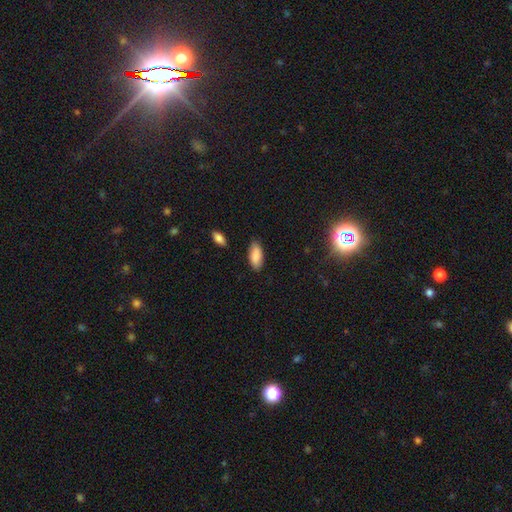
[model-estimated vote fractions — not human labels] This is clearly a smooth galaxy (87%). How rounded: clearly in between (87%). Merging: clearly none (85%).